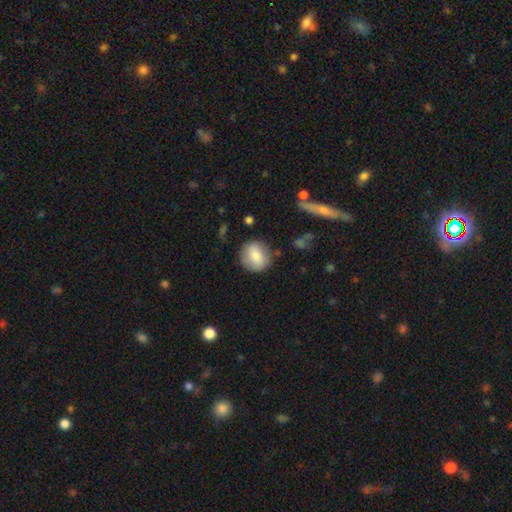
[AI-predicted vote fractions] Smooth or featured? smooth (75%)
How rounded? round (82%)
Merging? none (80%)